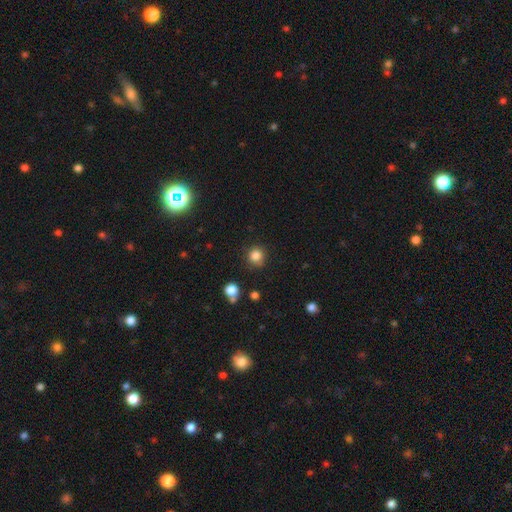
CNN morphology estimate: A smooth galaxy with no disk features (84%) that is round (93%).

Vote fractions:
- Smooth or featured? smooth: 84% / star or artifact: 12% / featured or disk: 4%
- How rounded? round: 93% / in between: 6% / cigar-shaped: 1%
- Merging? none: 86% / minor disturbance: 9% / major disturbance: 3% / merger: 3%